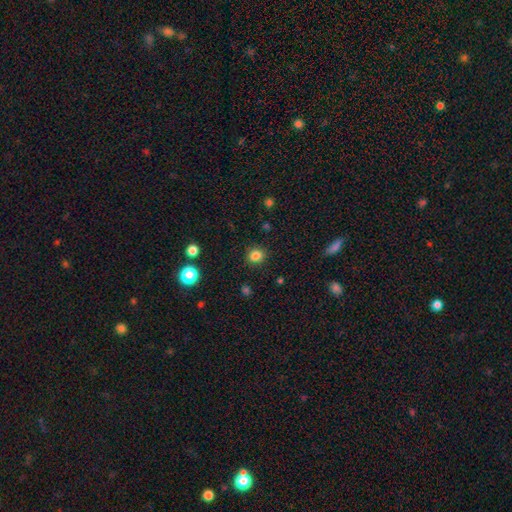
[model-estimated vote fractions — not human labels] This appears to be a smooth galaxy with no disk features (83%) that is round (81%). Merging: none (89%).